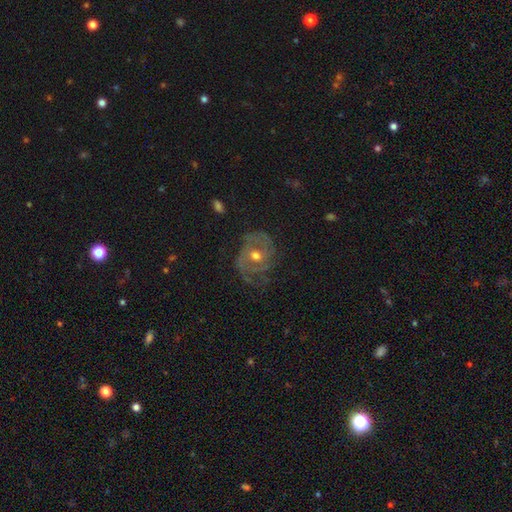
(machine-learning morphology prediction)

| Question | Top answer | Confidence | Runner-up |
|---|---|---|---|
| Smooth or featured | featured or disk | 80% | smooth (13%) |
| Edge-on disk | no | 97% | yes (3%) |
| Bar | no | 68% | weak (25%) |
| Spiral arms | yes | 87% | no (13%) |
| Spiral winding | tight | 51% | medium (36%) |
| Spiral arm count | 2 | 31% | can't tell (27%) |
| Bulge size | moderate | 75% | small (19%) |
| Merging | none | 59% | minor disturbance (23%) |